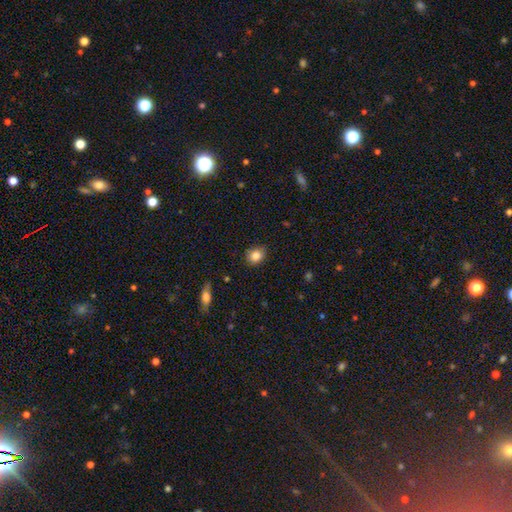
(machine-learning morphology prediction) Q: Smooth or featured?
A: smooth (84%); runner-up: star or artifact (10%)
Q: How rounded?
A: round (59%); runner-up: in between (40%)
Q: Merging?
A: none (83%); runner-up: minor disturbance (13%)